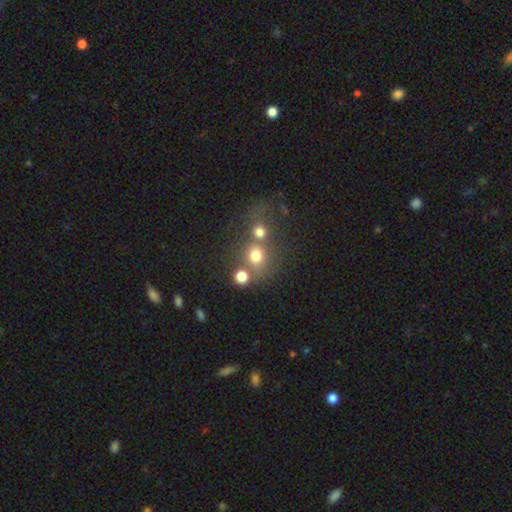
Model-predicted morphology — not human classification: smooth 72%, star or artifact 17%, featured or disk 11%. Down the decision tree: how rounded — round (83%); merging — none (49%).